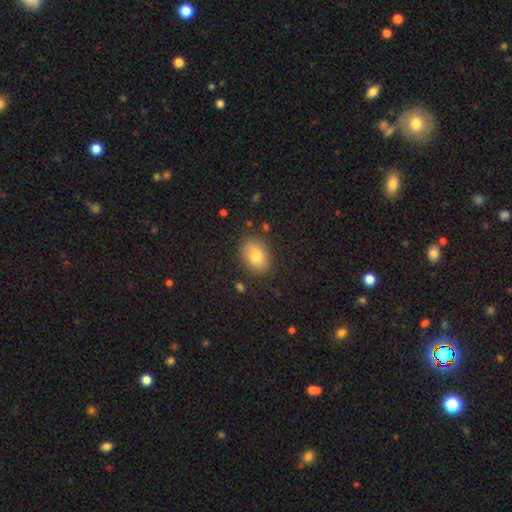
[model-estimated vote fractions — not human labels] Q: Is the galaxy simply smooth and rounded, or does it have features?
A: smooth — 80%.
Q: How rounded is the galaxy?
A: in between — 77%.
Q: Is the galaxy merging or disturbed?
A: none — 84%.